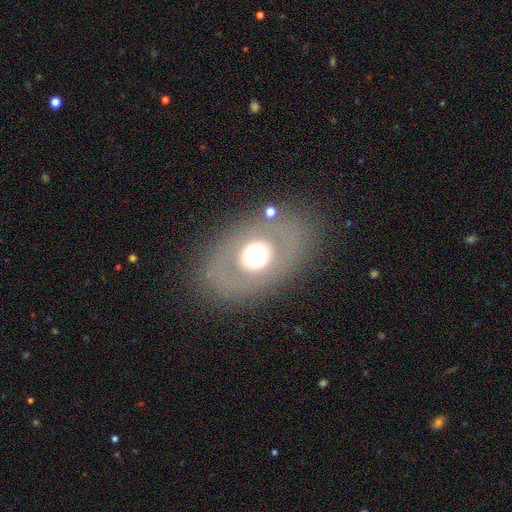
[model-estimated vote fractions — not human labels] smooth 51%, featured or disk 37%, star or artifact 12%. Down the decision tree: how rounded — in between (68%); merging — none (81%).